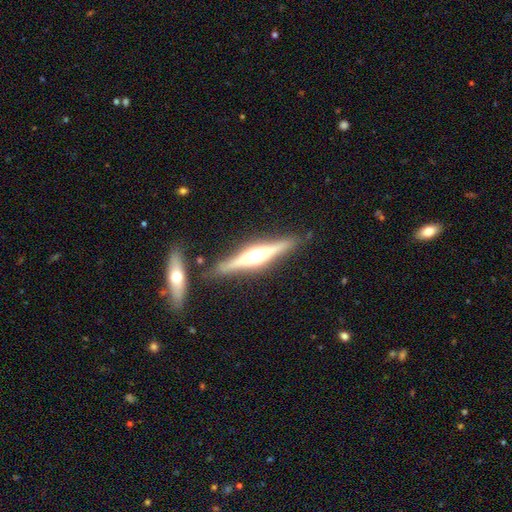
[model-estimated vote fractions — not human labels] A featured or disk galaxy (76%) viewed edge-on (97%) with a rounded central bulge (91%). Merging: none (83%).